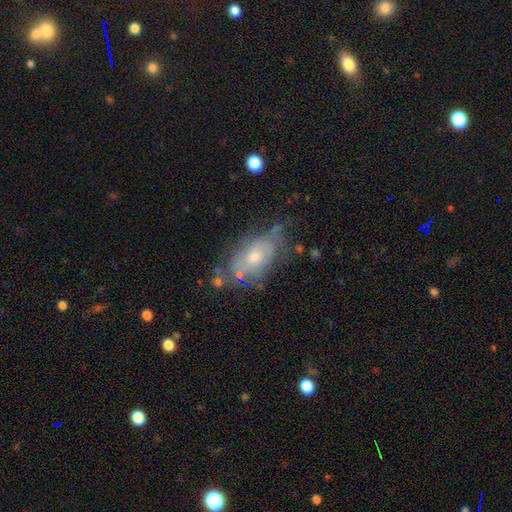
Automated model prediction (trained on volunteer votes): This is likely a featured or disk galaxy (62%). It is clearly not viewed edge-on (91%). Bar: likely no (80%). Spiral arm pattern: possibly yes (58%). Central bulge: possibly moderate (58%). Merging: possibly none (49%).